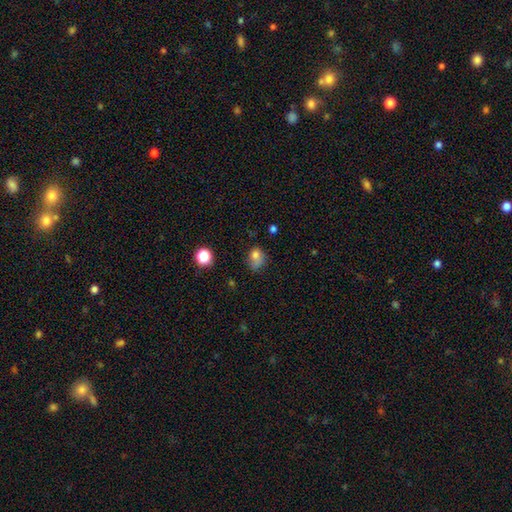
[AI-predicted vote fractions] smooth_or_featured: smooth (p=0.75) [alt: star or artifact p=0.14]
how_rounded: in between (p=0.52) [alt: round p=0.46]
merging: none (p=0.37) [alt: minor disturbance p=0.31]